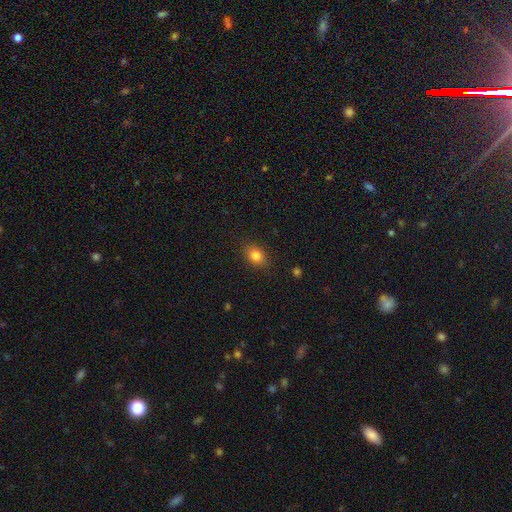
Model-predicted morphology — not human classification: smooth-or-featured: smooth: 83% | star or artifact: 10% | featured or disk: 6%
  how-rounded: in between: 68% | round: 30% | cigar-shaped: 1%
  merging: none: 86% | minor disturbance: 10% | major disturbance: 3% | merger: 1%